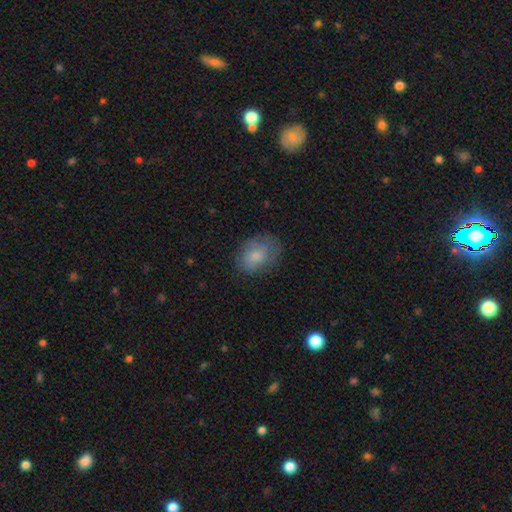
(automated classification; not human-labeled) smooth-or-featured: smooth: 78% | featured or disk: 15% | star or artifact: 8%
  how-rounded: in between: 71% | round: 28% | cigar-shaped: 1%
  merging: none: 70% | minor disturbance: 21% | major disturbance: 7% | merger: 1%